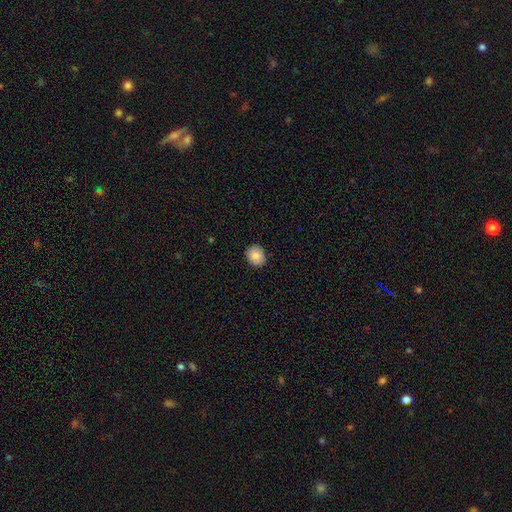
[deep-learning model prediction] This appears to be a smooth galaxy with no disk features (84%) that is round (76%). Merging: none (90%).